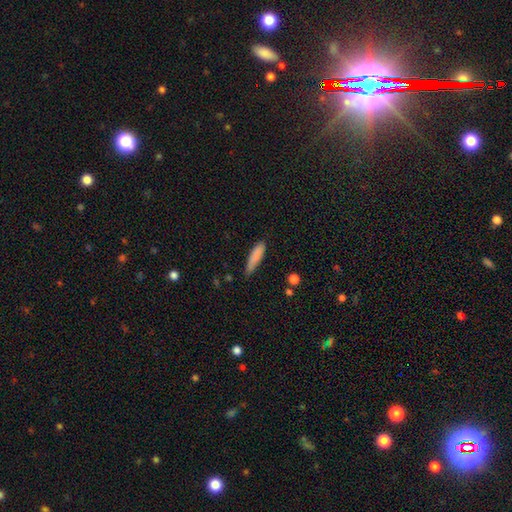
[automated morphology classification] smooth-or-featured: smooth: 84% | featured or disk: 9% | star or artifact: 7%
  how-rounded: cigar-shaped: 73% | in between: 26% | round: 2%
  merging: none: 63% | minor disturbance: 29% | major disturbance: 5% | merger: 2%